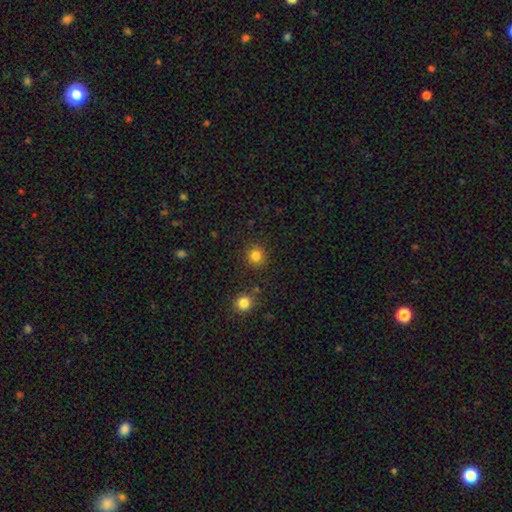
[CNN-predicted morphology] This appears to be a smooth galaxy with no disk features (84%) that is round (92%). Merging: none (88%).